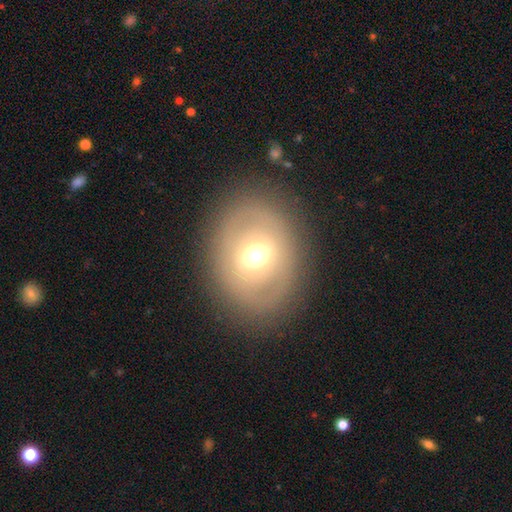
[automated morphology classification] featured or disk 51%, smooth 39%, star or artifact 10%. Down the decision tree: edge-on disk — no (91%); merging — none (81%).